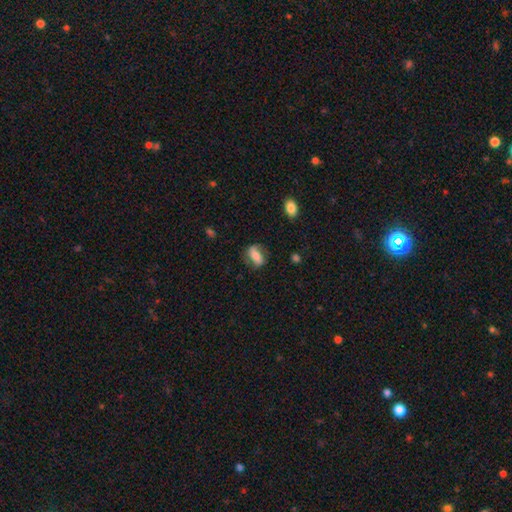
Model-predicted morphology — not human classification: Q: Smooth or featured?
A: smooth (60%); runner-up: featured or disk (32%)
Q: How rounded?
A: in between (77%); runner-up: cigar-shaped (11%)
Q: Merging?
A: none (70%); runner-up: minor disturbance (20%)